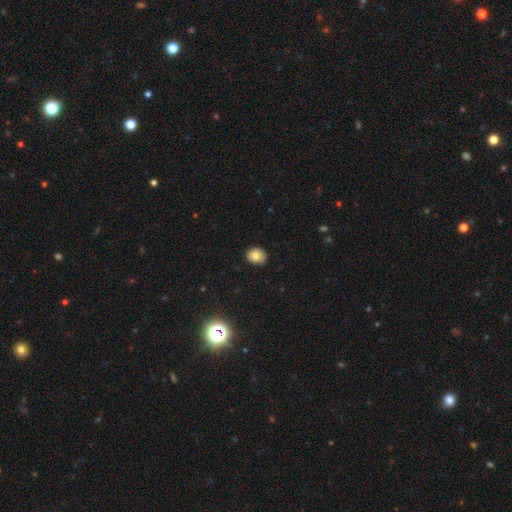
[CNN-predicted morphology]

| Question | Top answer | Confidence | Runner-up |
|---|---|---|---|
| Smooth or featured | smooth | 79% | star or artifact (12%) |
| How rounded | round | 55% | in between (44%) |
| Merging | none | 80% | minor disturbance (17%) |